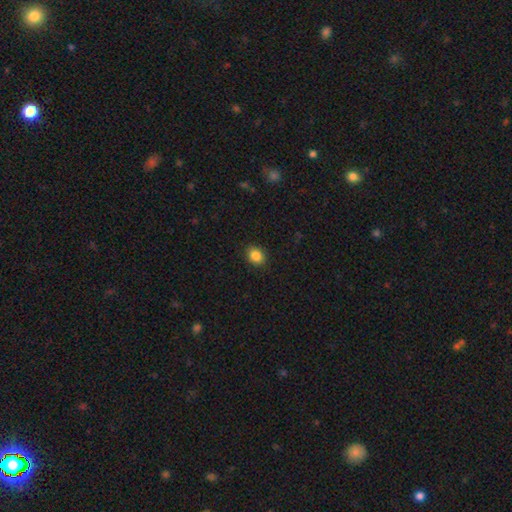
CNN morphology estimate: Overall: smooth (85%). How rounded: round (54%; in between 45%). Merging: none (90%).